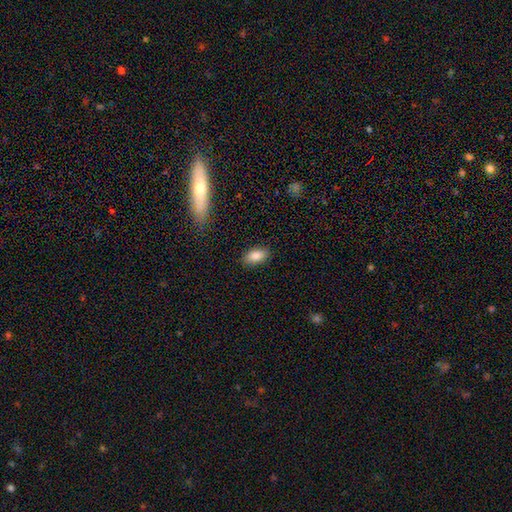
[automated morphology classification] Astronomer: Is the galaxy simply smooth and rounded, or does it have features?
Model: smooth — 86%.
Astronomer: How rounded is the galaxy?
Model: in between — 91%.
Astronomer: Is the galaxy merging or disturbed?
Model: none — 87%.